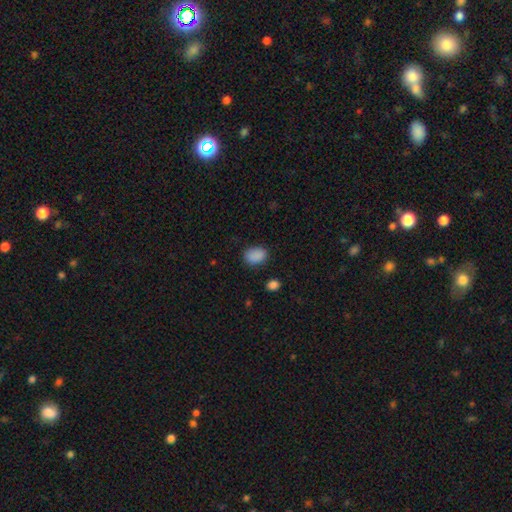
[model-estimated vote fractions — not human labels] Overall: smooth (88%). How rounded: in between (79%). Merging: none (81%).